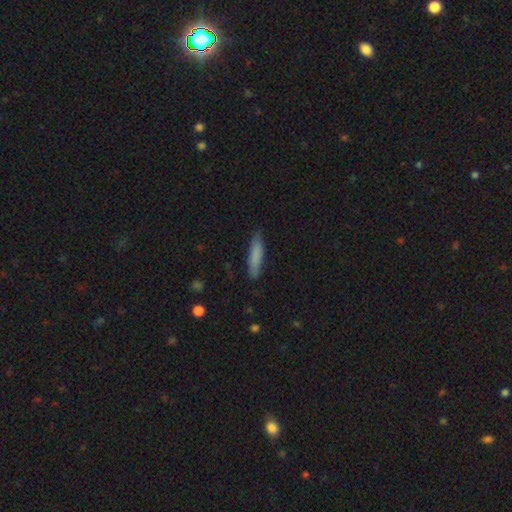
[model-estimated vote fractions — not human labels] smooth-or-featured: smooth: 81% | featured or disk: 13% | star or artifact: 6%
  how-rounded: cigar-shaped: 83% | in between: 16% | round: 1%
  merging: none: 84% | minor disturbance: 13% | major disturbance: 2% | merger: 1%